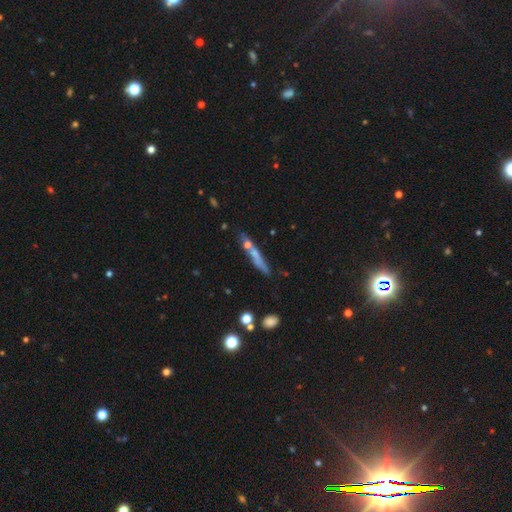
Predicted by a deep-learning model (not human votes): Morphology: type=smooth (52%); roundness=cigar-shaped (89%); merging=none (61%).